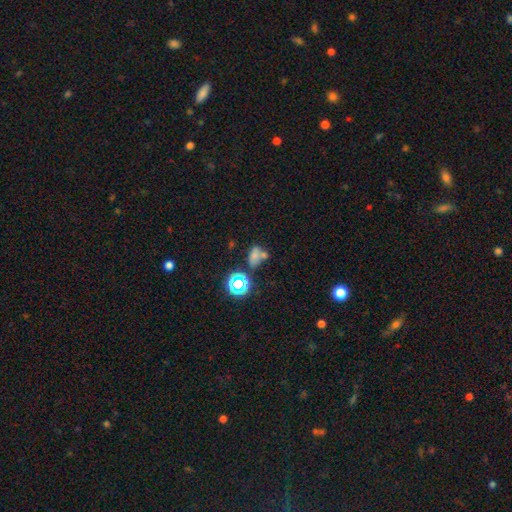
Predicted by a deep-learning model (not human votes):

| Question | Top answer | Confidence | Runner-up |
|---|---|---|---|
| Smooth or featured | smooth | 59% | star or artifact (27%) |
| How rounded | in between | 72% | round (24%) |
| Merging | merger | 41% | none (35%) |